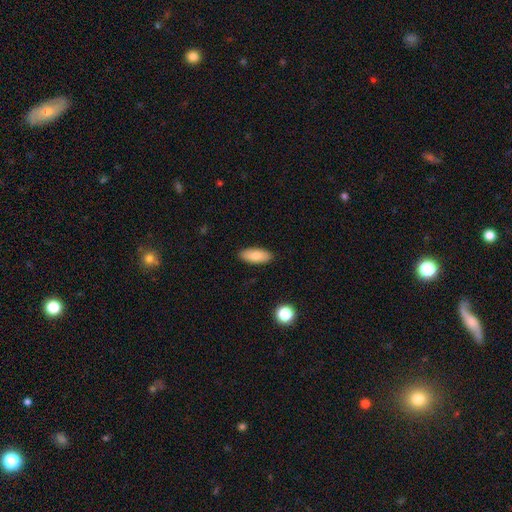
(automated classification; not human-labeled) smooth-or-featured: smooth: 83% | featured or disk: 10% | star or artifact: 7%
  how-rounded: in between: 83% | cigar-shaped: 15% | round: 2%
  merging: none: 88% | minor disturbance: 9% | major disturbance: 2% | merger: 1%